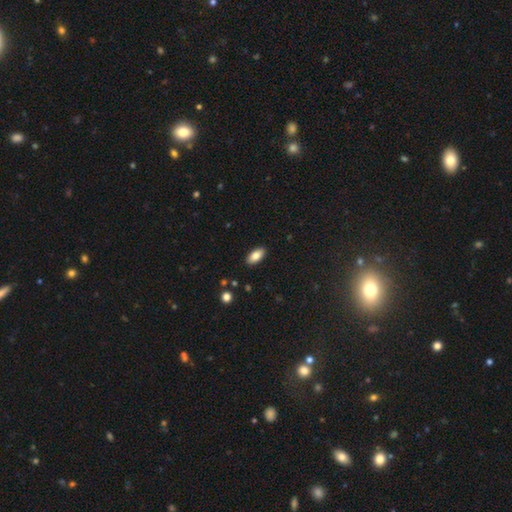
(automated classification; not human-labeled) Morphology: type=smooth (82%); roundness=in between (89%); merging=none (89%).